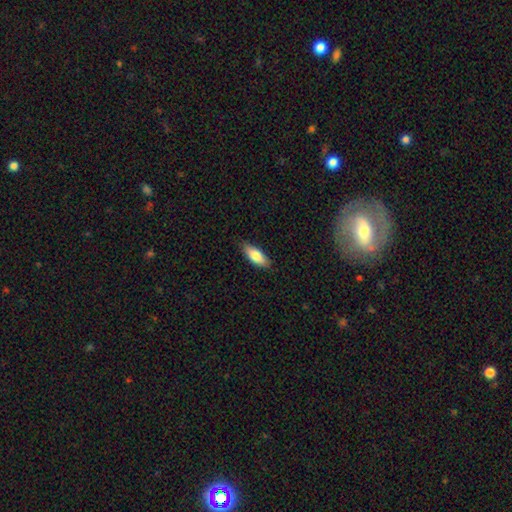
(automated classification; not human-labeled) Smooth or featured? smooth (81%)
How rounded? in between (77%)
Merging? none (85%)